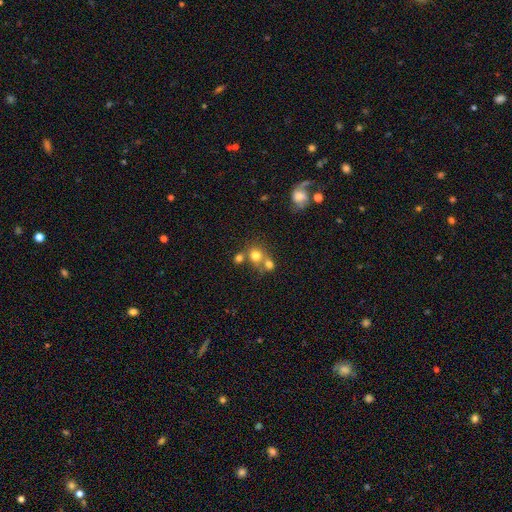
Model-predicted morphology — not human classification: A smooth galaxy with no disk features (73%) that is round (78%). Merging: none (44%).